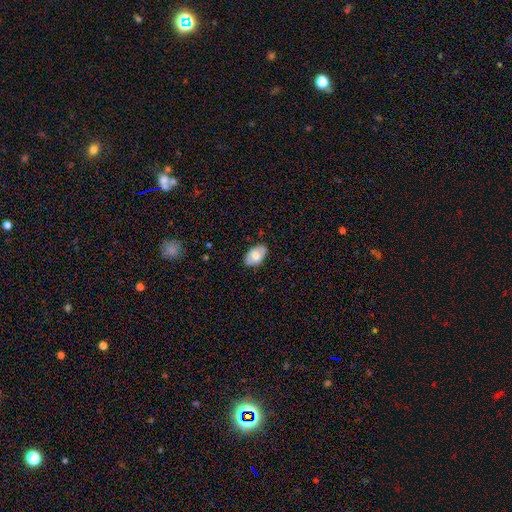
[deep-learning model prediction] Overall: smooth (64%; featured or disk 29%). How rounded: in between (91%). Merging: none (81%).